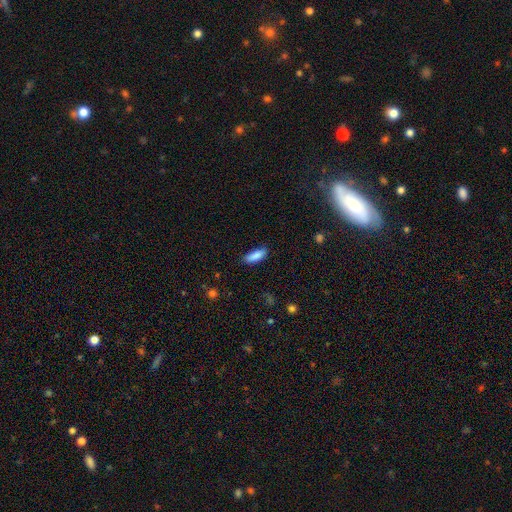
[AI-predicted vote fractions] This appears to be a smooth galaxy with no disk features (87%) that is in between round and cigar-shaped (64%). Merging: none (78%).